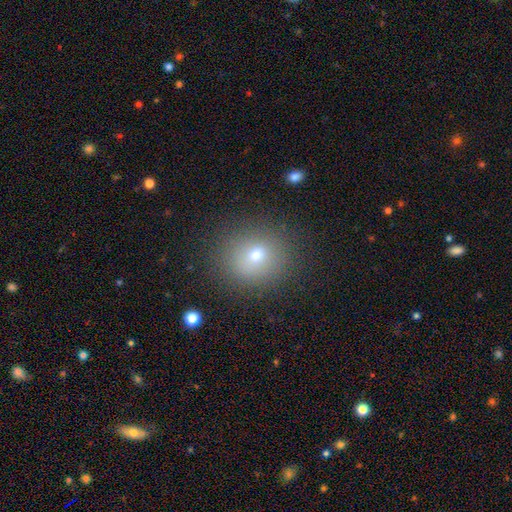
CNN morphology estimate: Smooth or featured?
  - smooth: 69% *
  - star or artifact: 17%
  - featured or disk: 14%
How rounded?
  - round: 82% *
  - in between: 17%
  - cigar-shaped: 1%
Merging?
  - none: 85% *
  - minor disturbance: 9%
  - major disturbance: 4%
  - merger: 2%